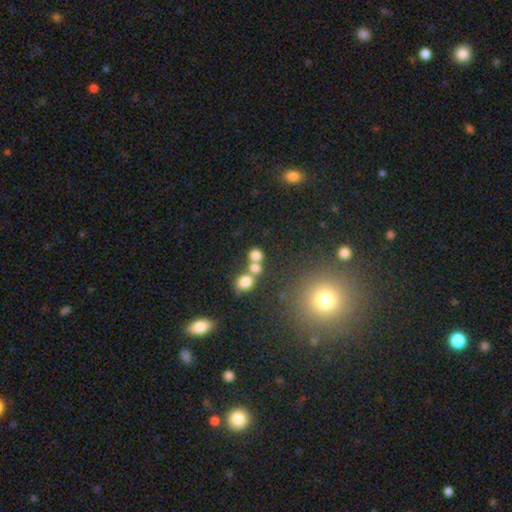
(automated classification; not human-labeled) A smooth galaxy with no disk features (74%) that is round (76%). Merging: merger (45%).